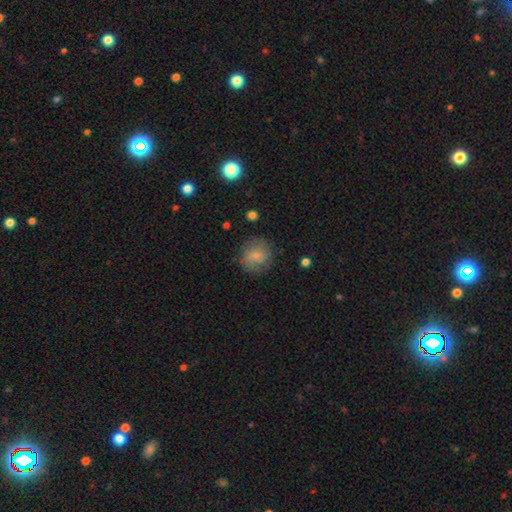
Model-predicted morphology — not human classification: Smooth or featured?
  - smooth: 69% *
  - featured or disk: 23%
  - star or artifact: 8%
How rounded?
  - round: 88% *
  - in between: 11%
  - cigar-shaped: 1%
Merging?
  - none: 75% *
  - minor disturbance: 17%
  - major disturbance: 7%
  - merger: 1%